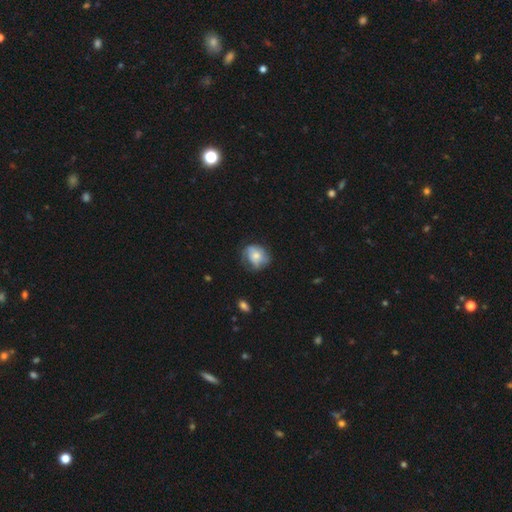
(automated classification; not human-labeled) Smooth or featured: smooth — 60% (featured or disk — 32%)
How rounded: round — 65% (in between — 34%)
Merging: none — 54% (minor disturbance — 30%)